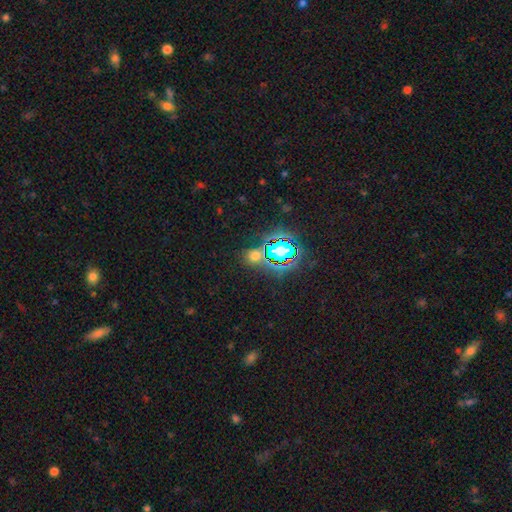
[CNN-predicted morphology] A star or artifact, not a galaxy (49%).